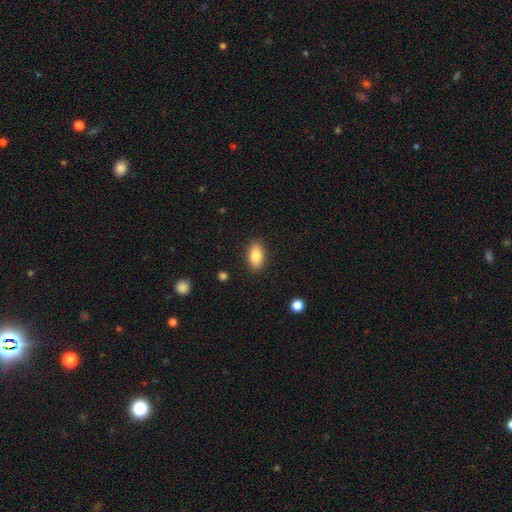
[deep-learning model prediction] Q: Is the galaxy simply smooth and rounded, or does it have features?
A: smooth — 85%.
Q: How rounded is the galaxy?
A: in between — 91%.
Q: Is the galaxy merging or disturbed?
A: none — 88%.